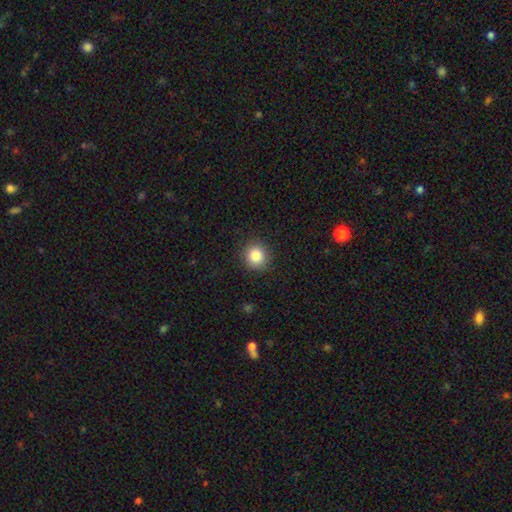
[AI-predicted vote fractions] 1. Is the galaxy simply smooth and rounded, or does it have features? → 86% smooth, 10% star or artifact, 4% featured or disk.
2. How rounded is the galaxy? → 86% round, 13% in between, 1% cigar-shaped.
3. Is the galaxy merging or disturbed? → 89% none, 8% minor disturbance, 3% major disturbance, 1% merger.